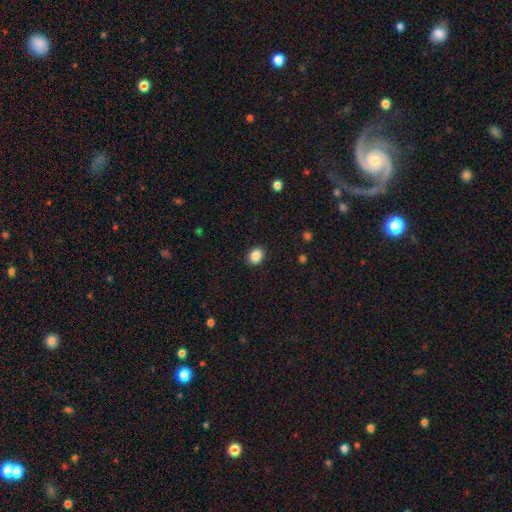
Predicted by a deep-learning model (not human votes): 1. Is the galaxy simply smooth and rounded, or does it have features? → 87% smooth, 9% star or artifact, 4% featured or disk.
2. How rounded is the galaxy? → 50% round, 49% in between, 1% cigar-shaped.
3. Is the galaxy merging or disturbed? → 90% none, 7% minor disturbance, 2% major disturbance, 1% merger.